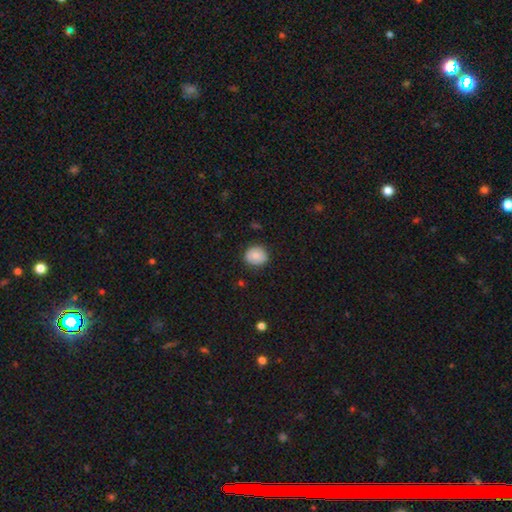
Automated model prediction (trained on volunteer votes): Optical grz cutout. It shows a smooth galaxy with no disk features (79%) that is round (80%). Merging: none (83%).